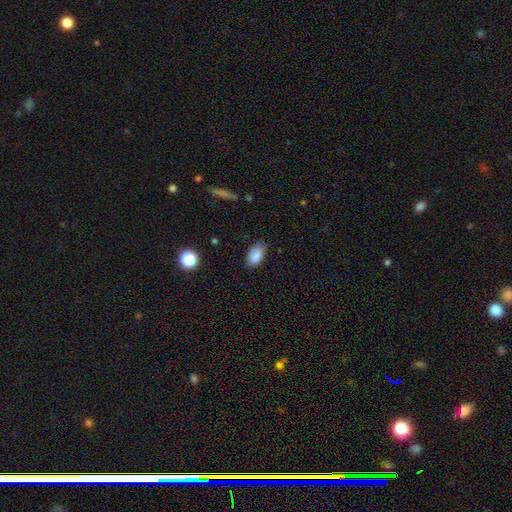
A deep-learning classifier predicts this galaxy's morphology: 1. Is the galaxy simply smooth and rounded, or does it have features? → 86% smooth, 8% star or artifact, 5% featured or disk.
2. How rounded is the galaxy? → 92% in between, 6% round, 2% cigar-shaped.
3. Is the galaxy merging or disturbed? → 76% none, 19% minor disturbance, 3% major disturbance, 1% merger.